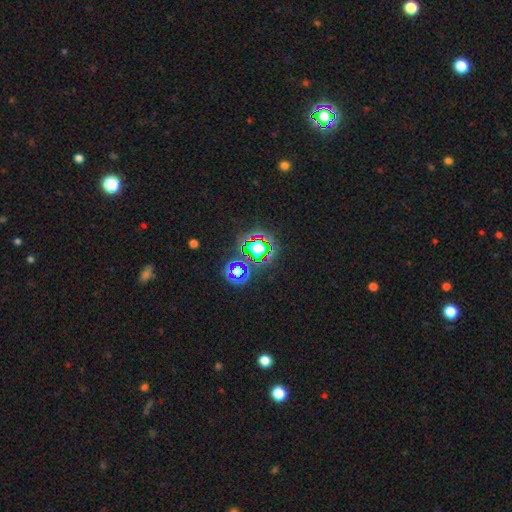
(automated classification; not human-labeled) This is likely a star or artifact rather than a galaxy (79%).